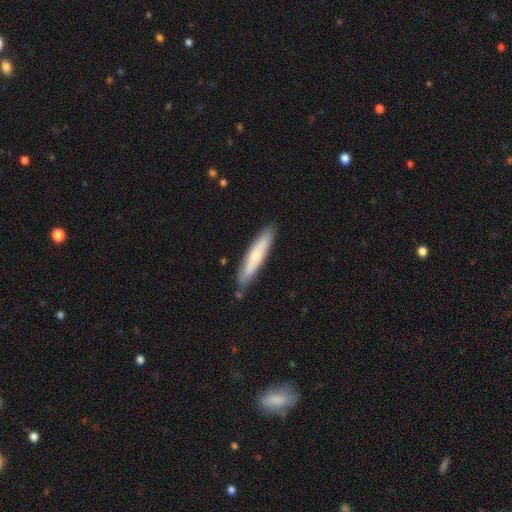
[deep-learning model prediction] Smooth or featured? smooth (60%)
How rounded? cigar-shaped (89%)
Merging? none (85%)